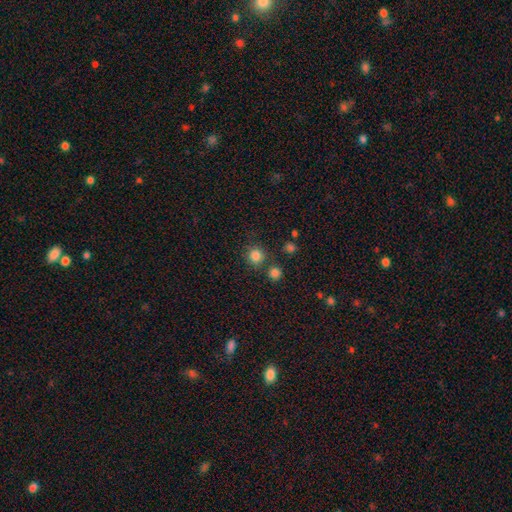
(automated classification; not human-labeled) Smooth or featured? smooth (82%)
How rounded? round (93%)
Merging? none (78%)